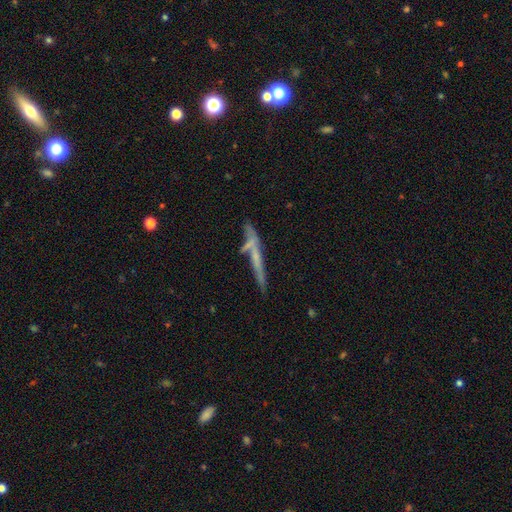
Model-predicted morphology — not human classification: smooth_or_featured: featured or disk (p=0.52) [alt: smooth p=0.38]
disk_edge_on: yes (p=0.85) [alt: no p=0.15]
merging: none (p=0.61) [alt: minor disturbance p=0.18]